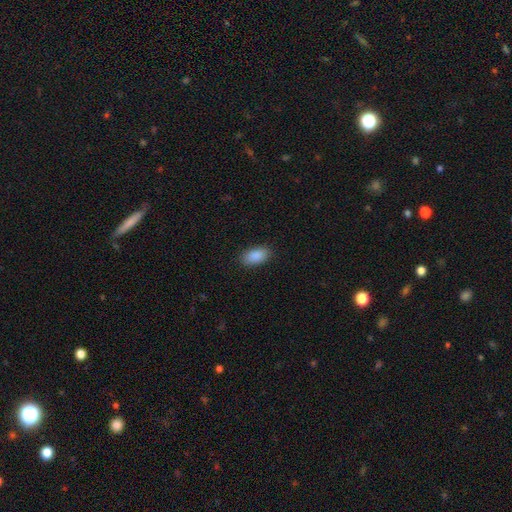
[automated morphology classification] Q: Smooth or featured?
A: smooth (90%); runner-up: star or artifact (7%)
Q: How rounded?
A: in between (93%); runner-up: round (3%)
Q: Merging?
A: none (88%); runner-up: minor disturbance (9%)